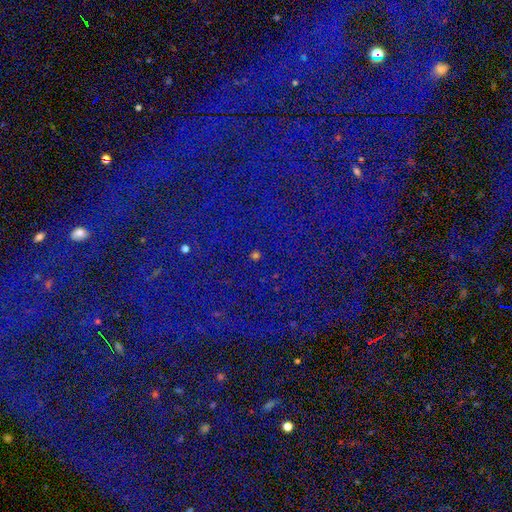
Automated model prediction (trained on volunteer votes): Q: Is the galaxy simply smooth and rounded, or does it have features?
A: star or artifact — 77%.